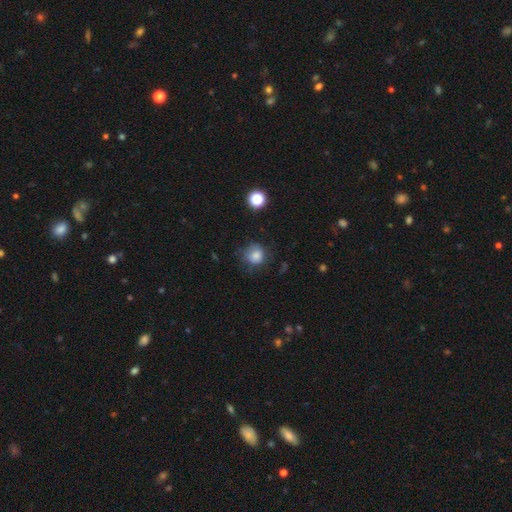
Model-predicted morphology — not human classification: Q: Smooth or featured?
A: smooth (80%); runner-up: star or artifact (11%)
Q: How rounded?
A: round (85%); runner-up: in between (14%)
Q: Merging?
A: none (65%); runner-up: minor disturbance (23%)